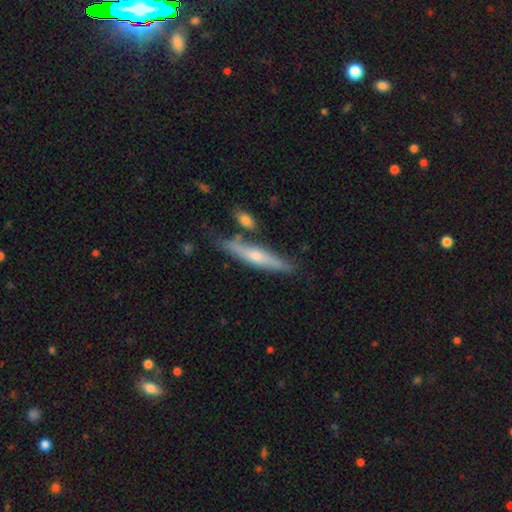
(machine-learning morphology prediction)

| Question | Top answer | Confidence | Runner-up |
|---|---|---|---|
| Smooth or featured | featured or disk | 54% | smooth (40%) |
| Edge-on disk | yes | 90% | no (10%) |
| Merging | none | 74% | minor disturbance (14%) |